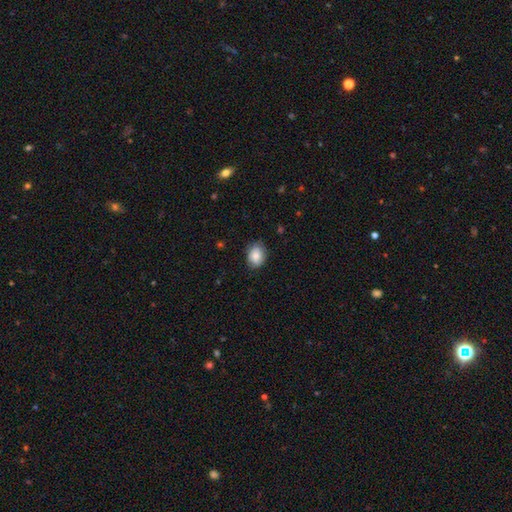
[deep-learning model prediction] A smooth galaxy with no disk features (82%) that is in between round and cigar-shaped (67%).

Vote fractions:
- Smooth or featured? smooth: 82% / featured or disk: 10% / star or artifact: 7%
- How rounded? in between: 67% / round: 32% / cigar-shaped: 1%
- Merging? none: 80% / minor disturbance: 16% / major disturbance: 3% / merger: 1%